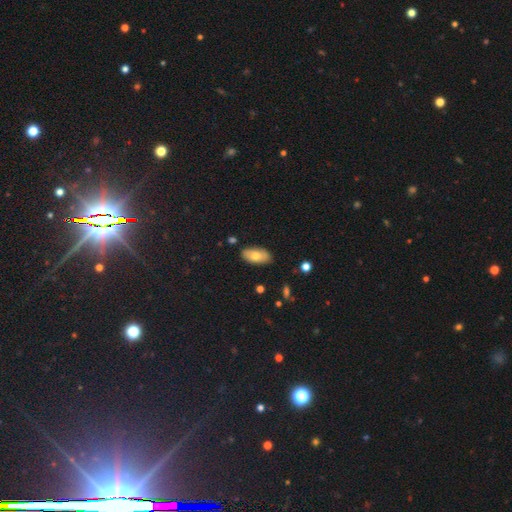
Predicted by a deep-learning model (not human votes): Smooth or featured?
  - smooth: 70% *
  - featured or disk: 23%
  - star or artifact: 7%
How rounded?
  - in between: 93% *
  - cigar-shaped: 4%
  - round: 3%
Merging?
  - none: 84% *
  - minor disturbance: 12%
  - major disturbance: 2%
  - merger: 2%